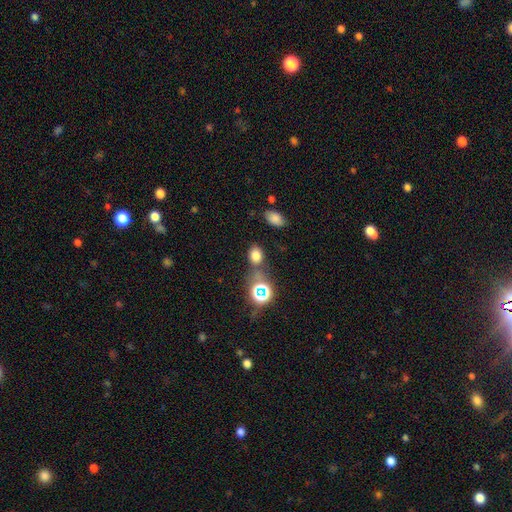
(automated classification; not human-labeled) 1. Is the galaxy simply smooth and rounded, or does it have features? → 74% smooth, 20% star or artifact, 7% featured or disk.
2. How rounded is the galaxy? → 63% in between, 36% round, 2% cigar-shaped.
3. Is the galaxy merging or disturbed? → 62% none, 17% minor disturbance, 14% merger, 7% major disturbance.